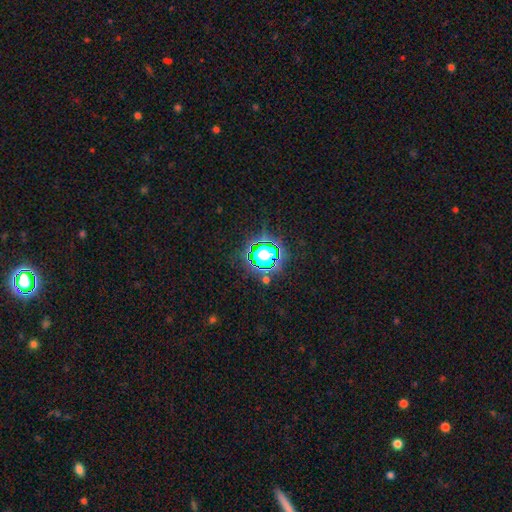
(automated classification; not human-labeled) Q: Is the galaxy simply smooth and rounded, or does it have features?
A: star or artifact — 80%.